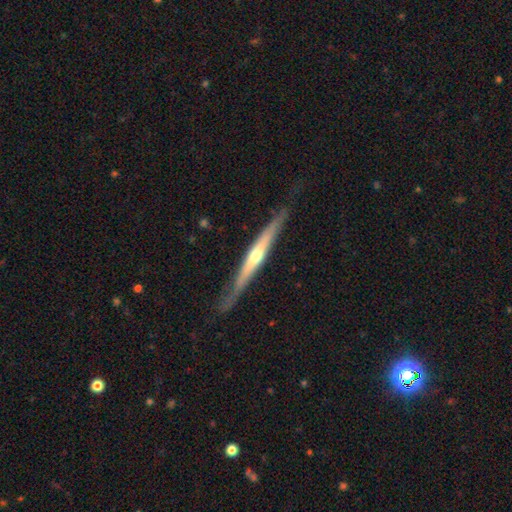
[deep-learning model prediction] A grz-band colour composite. It shows a featured or disk galaxy (70%) viewed edge-on (94%) with a rounded central bulge (74%). Merging: none (77%).